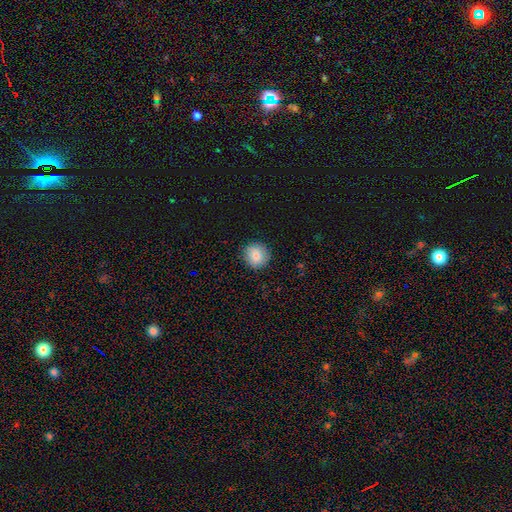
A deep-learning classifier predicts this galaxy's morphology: Smooth or featured?
  - smooth: 83% *
  - star or artifact: 9%
  - featured or disk: 8%
How rounded?
  - round: 93% *
  - in between: 6%
  - cigar-shaped: 1%
Merging?
  - none: 89% *
  - minor disturbance: 8%
  - major disturbance: 2%
  - merger: 1%